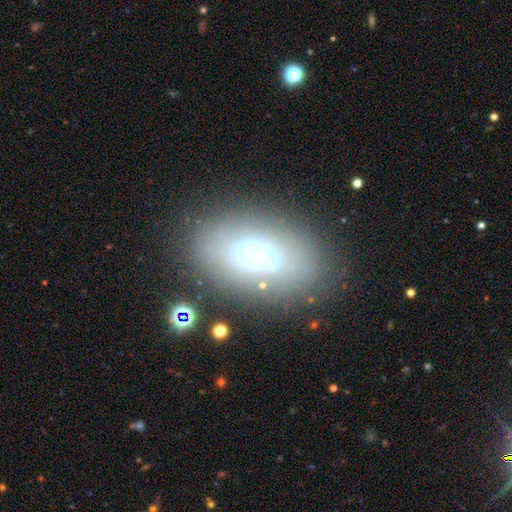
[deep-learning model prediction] Overall: smooth (42%; featured or disk 40%). Merging: none (61%).